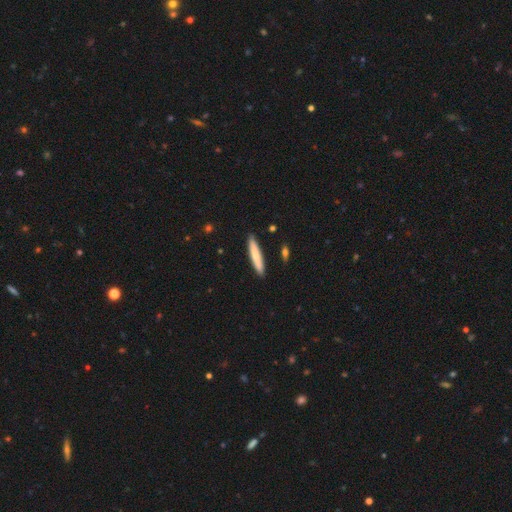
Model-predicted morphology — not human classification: smooth_or_featured: smooth (p=0.73) [alt: featured or disk p=0.21]
how_rounded: cigar-shaped (p=0.92) [alt: in between p=0.07]
merging: none (p=0.89) [alt: minor disturbance p=0.08]